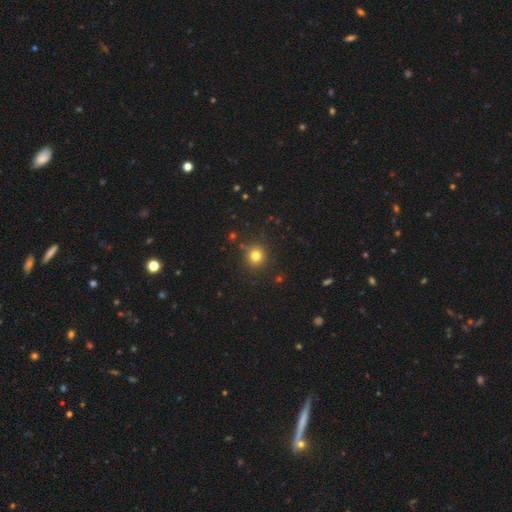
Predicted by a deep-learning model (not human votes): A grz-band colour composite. It shows a smooth galaxy with no disk features (79%) that is round (90%). Merging: none (85%).